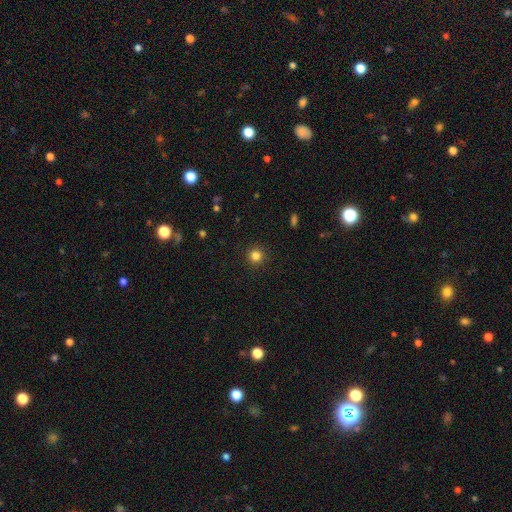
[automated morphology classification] Smooth or featured?
  - smooth: 83% *
  - star or artifact: 13%
  - featured or disk: 4%
How rounded?
  - round: 95% *
  - in between: 4%
  - cigar-shaped: 1%
Merging?
  - none: 92% *
  - minor disturbance: 5%
  - major disturbance: 2%
  - merger: 1%